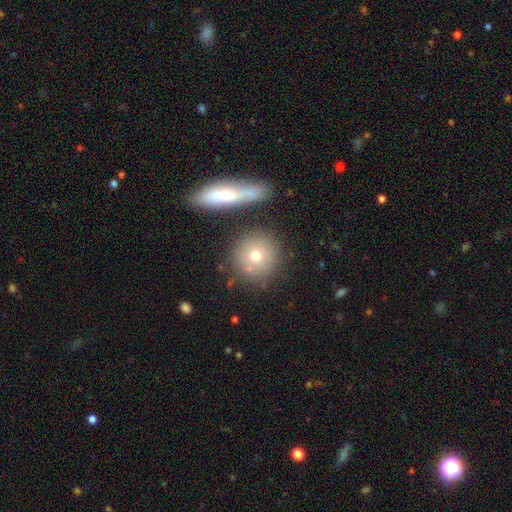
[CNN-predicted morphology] Smooth or featured: smooth — 73% (featured or disk — 17%)
How rounded: round — 89% (in between — 8%)
Merging: none — 76% (merger — 11%)